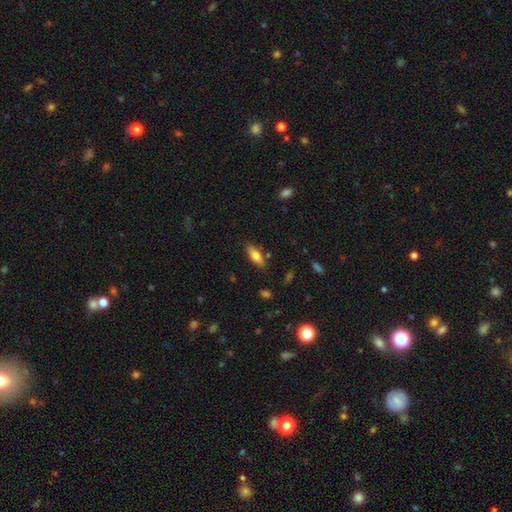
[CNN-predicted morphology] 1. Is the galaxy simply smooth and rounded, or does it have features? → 69% smooth, 23% featured or disk, 7% star or artifact.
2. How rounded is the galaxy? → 68% in between, 30% cigar-shaped, 3% round.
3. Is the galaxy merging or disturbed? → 82% none, 12% minor disturbance, 3% merger, 3% major disturbance.